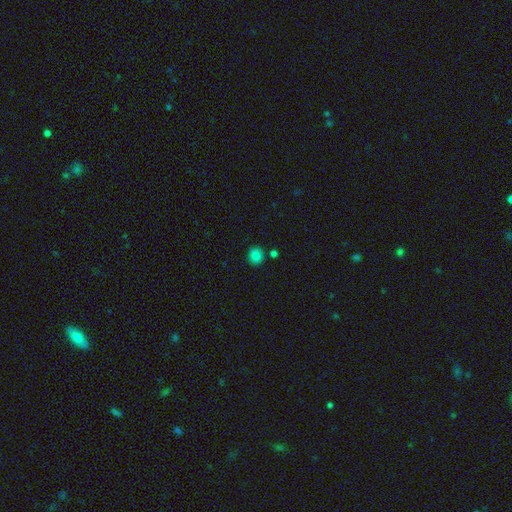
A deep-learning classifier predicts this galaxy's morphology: The model was most divided on "smooth or featured": smooth: 83%, star or artifact: 11%, featured or disk: 6%. More confident: how rounded — round (86%); merging — none (85%).